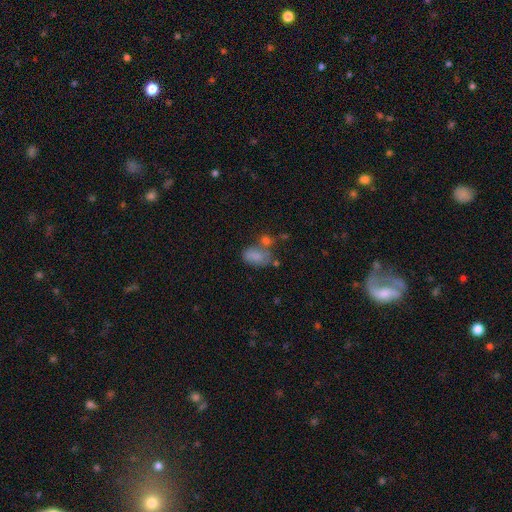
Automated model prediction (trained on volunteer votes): Smooth or featured? smooth (74%)
How rounded? in between (85%)
Merging? none (38%)